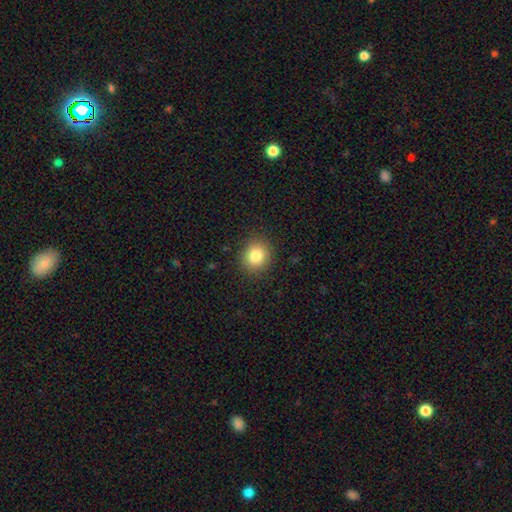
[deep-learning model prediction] Smooth or featured: smooth — 82% (star or artifact — 11%)
How rounded: round — 77% (in between — 22%)
Merging: none — 89% (minor disturbance — 8%)